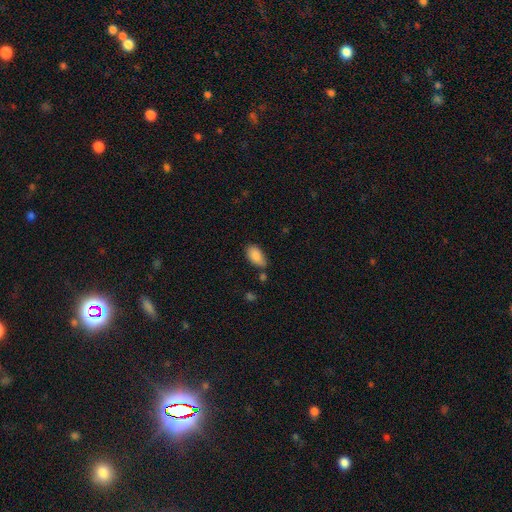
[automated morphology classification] Overall: smooth (88%). How rounded: in between (93%). Merging: none (64%; minor disturbance 24%).